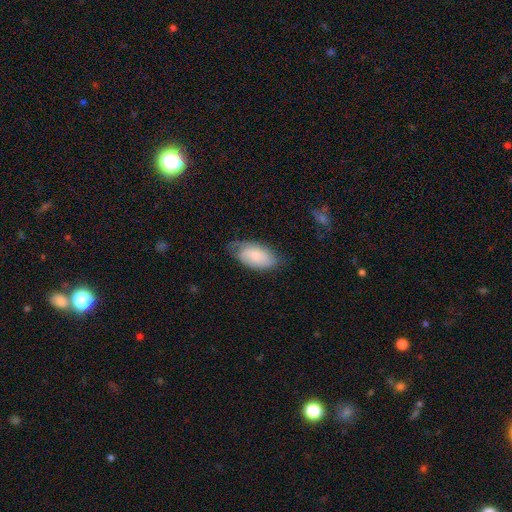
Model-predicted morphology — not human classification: A smooth galaxy with no disk features (57%) that is in between round and cigar-shaped (93%). Merging: none (58%).